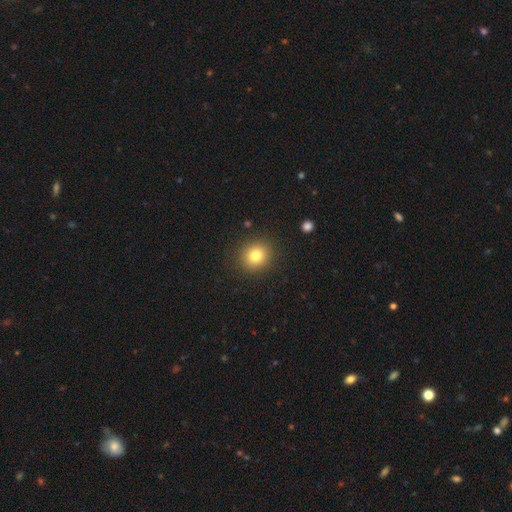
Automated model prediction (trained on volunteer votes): This appears to be a smooth galaxy with no disk features (80%) that is round (81%). Merging: none (89%).